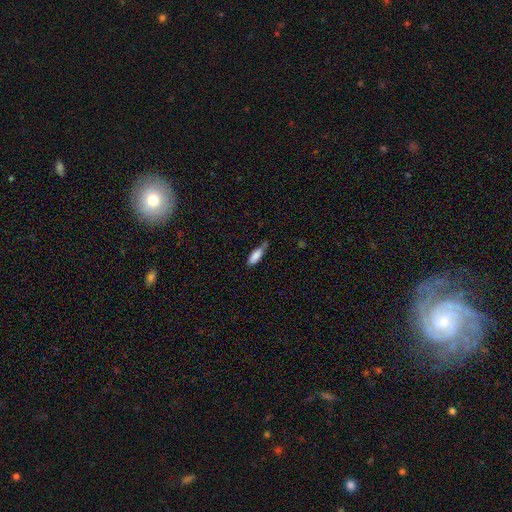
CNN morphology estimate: Smooth or featured? Predicted: smooth (p=0.84). How rounded? Predicted: in between (p=0.65). Merging? Predicted: none (p=0.48).